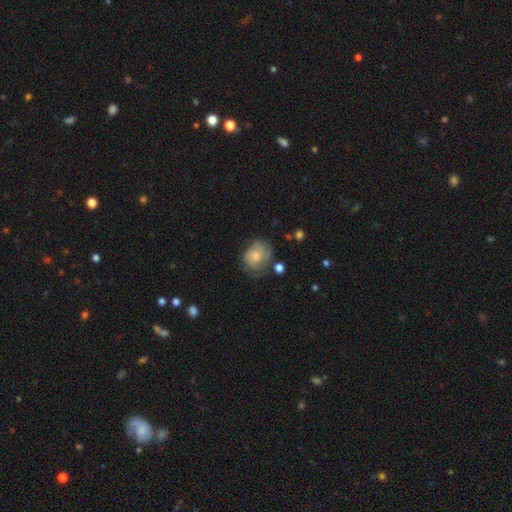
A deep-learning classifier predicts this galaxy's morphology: type=smooth (47%); merging=none (55%).